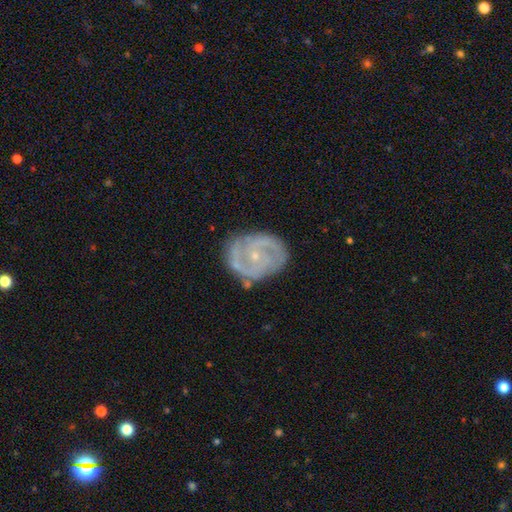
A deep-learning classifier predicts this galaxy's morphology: Smooth or featured?
  - featured or disk: 84% *
  - smooth: 10%
  - star or artifact: 6%
Edge-on disk?
  - no: 97% *
  - yes: 3%
Bar?
  - no: 67% *
  - weak: 26%
  - strong: 7%
Spiral arms?
  - yes: 94% *
  - no: 6%
Spiral winding?
  - tight: 51% *
  - medium: 39%
  - loose: 10%
Spiral arm count?
  - 2: 57% *
  - 3: 17%
  - can't tell: 15%
  - 4: 4%
  - 1: 4%
  - more than 4: 4%
Bulge size?
  - small: 81% *
  - moderate: 16%
  - none: 2%
  - large: 1%
  - dominant: 1%
Merging?
  - none: 75% *
  - minor disturbance: 17%
  - major disturbance: 6%
  - merger: 2%